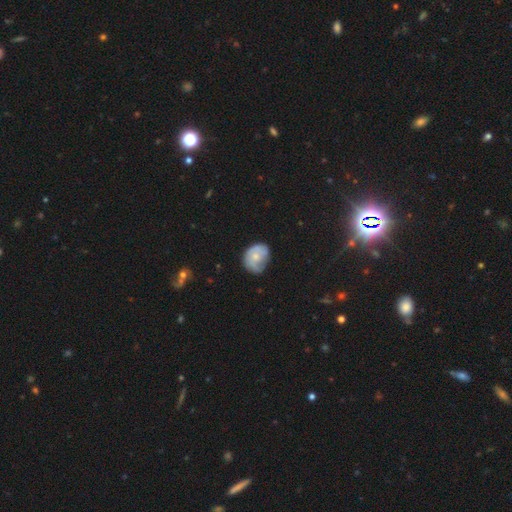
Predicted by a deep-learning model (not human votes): A featured or disk galaxy (47%). Merging: none (59%).